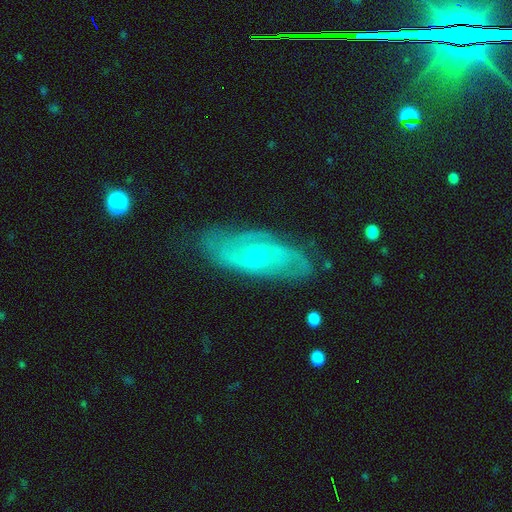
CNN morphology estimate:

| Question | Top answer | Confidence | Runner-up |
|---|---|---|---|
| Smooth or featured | featured or disk | 79% | smooth (14%) |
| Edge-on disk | no | 89% | yes (11%) |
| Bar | no | 58% | weak (35%) |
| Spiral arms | yes | 91% | no (9%) |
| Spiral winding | medium | 44% | tight (33%) |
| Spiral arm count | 2 | 59% | can't tell (24%) |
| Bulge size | small | 72% | moderate (25%) |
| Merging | none | 75% | minor disturbance (18%) |